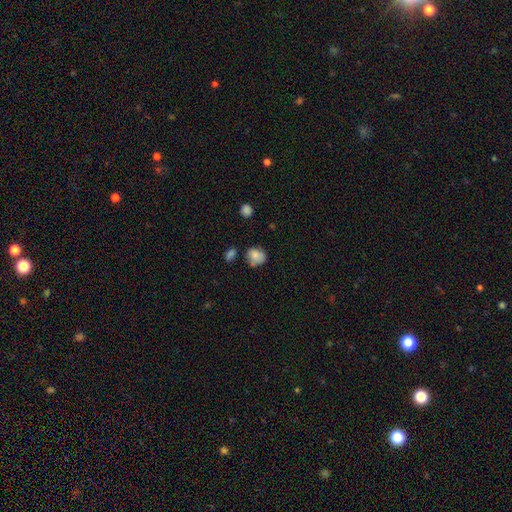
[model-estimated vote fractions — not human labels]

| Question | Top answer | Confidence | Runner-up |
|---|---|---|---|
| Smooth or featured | smooth | 81% | star or artifact (10%) |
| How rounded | round | 60% | in between (39%) |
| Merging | none | 56% | minor disturbance (28%) |